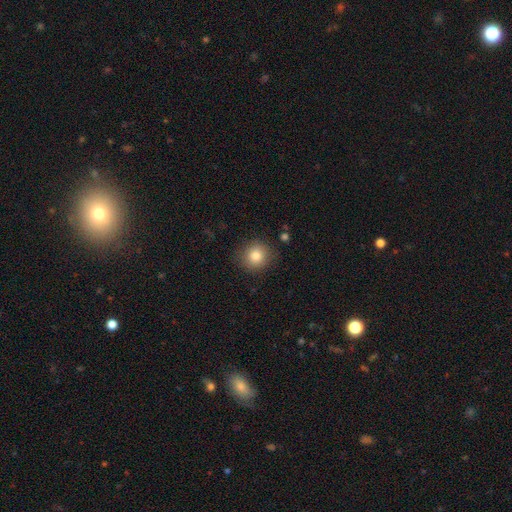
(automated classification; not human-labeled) This is clearly a smooth galaxy (83%). How rounded: clearly round (89%). Merging: clearly none (87%).